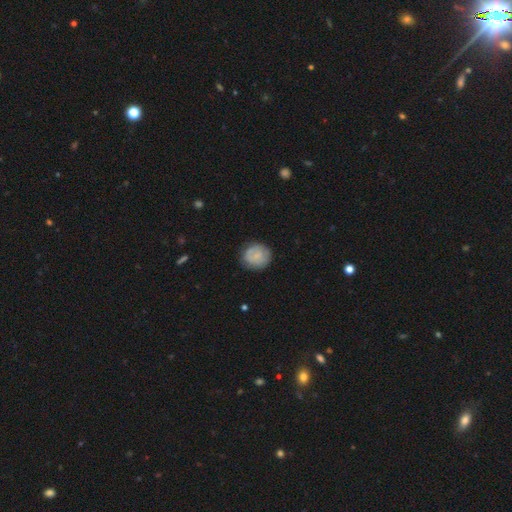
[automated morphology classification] The model was most divided on "smooth or featured": smooth: 69%, featured or disk: 24%, star or artifact: 7%. More confident: how rounded — round (84%); merging — none (79%).